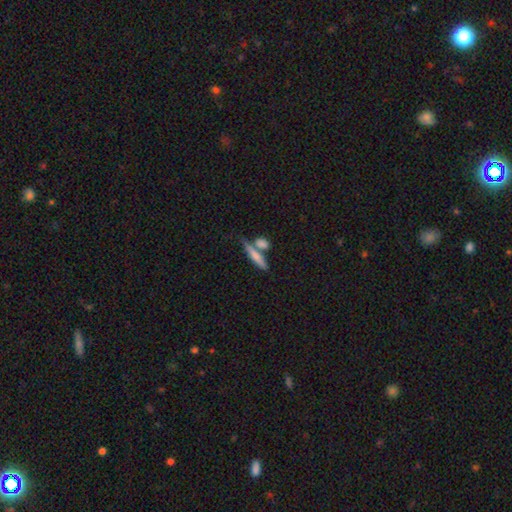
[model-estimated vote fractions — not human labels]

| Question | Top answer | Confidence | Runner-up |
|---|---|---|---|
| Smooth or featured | smooth | 71% | featured or disk (22%) |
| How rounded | cigar-shaped | 71% | in between (24%) |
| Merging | none | 50% | merger (34%) |